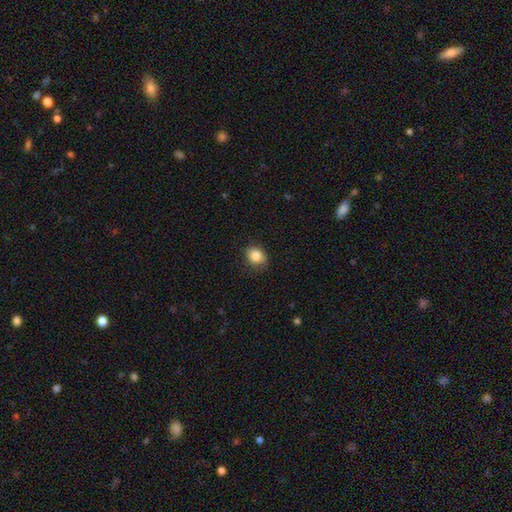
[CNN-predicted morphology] type=smooth (86%); roundness=in between (51%); merging=none (74%).